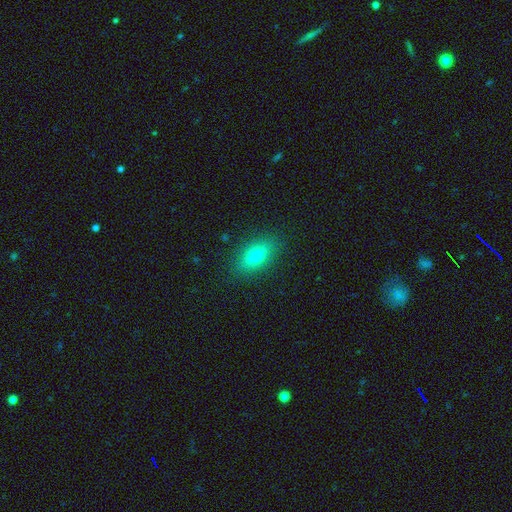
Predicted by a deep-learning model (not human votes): smooth 74%, featured or disk 16%, star or artifact 10%. Down the decision tree: how rounded — in between (80%); merging — none (87%).